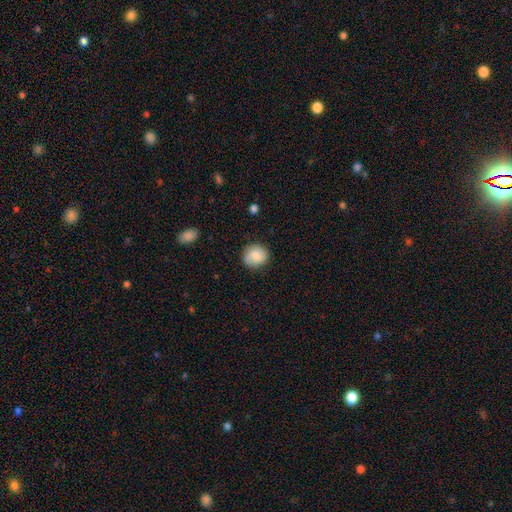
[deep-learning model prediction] This appears to be a smooth galaxy with no disk features (78%) that is round (80%). Merging: none (80%).